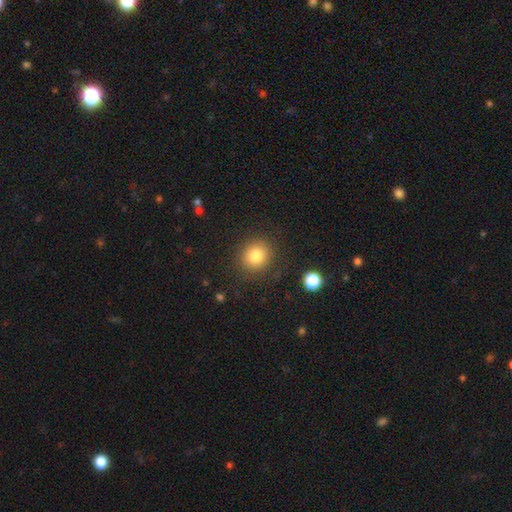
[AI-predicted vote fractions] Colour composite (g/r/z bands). It shows a smooth galaxy with no disk features (81%) that is round (85%). Merging: none (85%).